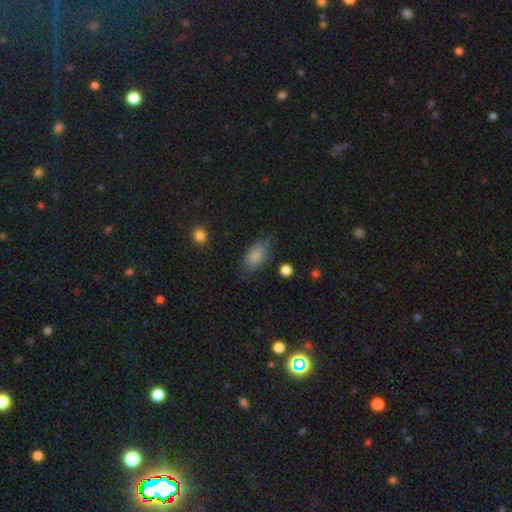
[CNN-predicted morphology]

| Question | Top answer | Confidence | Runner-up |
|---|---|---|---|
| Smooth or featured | smooth | 83% | featured or disk (9%) |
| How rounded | in between | 91% | round (6%) |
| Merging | none | 70% | minor disturbance (21%) |